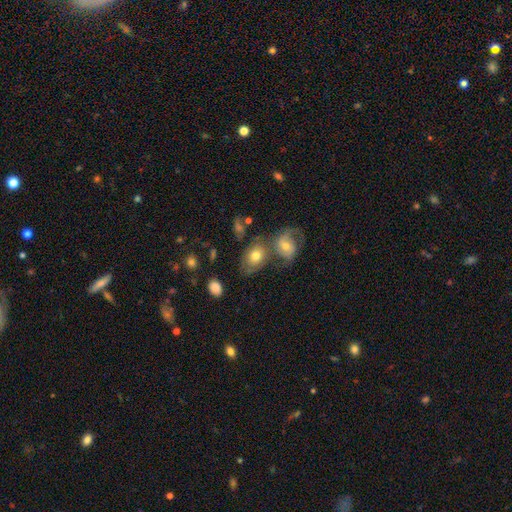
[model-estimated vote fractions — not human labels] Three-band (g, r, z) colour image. It shows a smooth galaxy with no disk features (60%) that is in between round and cigar-shaped (72%). Merging: none (40%).